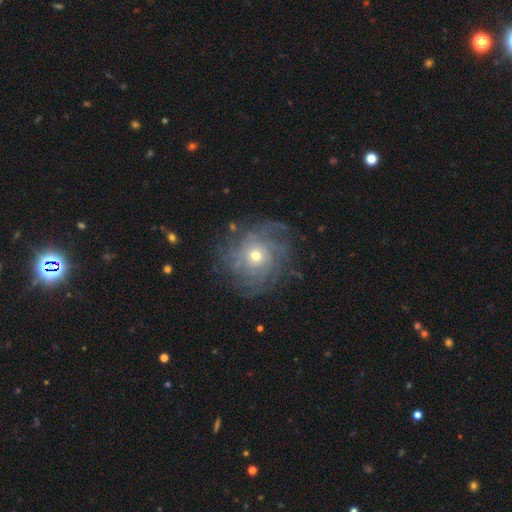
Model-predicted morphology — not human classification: Q: Smooth or featured?
A: featured or disk (76%); runner-up: smooth (14%)
Q: Edge-on disk?
A: no (97%); runner-up: yes (3%)
Q: Bar?
A: no (85%); runner-up: weak (12%)
Q: Spiral arms?
A: yes (87%); runner-up: no (13%)
Q: Spiral winding?
A: tight (67%); runner-up: medium (23%)
Q: Spiral arm count?
A: can't tell (39%); runner-up: more than 4 (26%)
Q: Bulge size?
A: small (56%); runner-up: moderate (39%)
Q: Merging?
A: none (76%); runner-up: minor disturbance (13%)